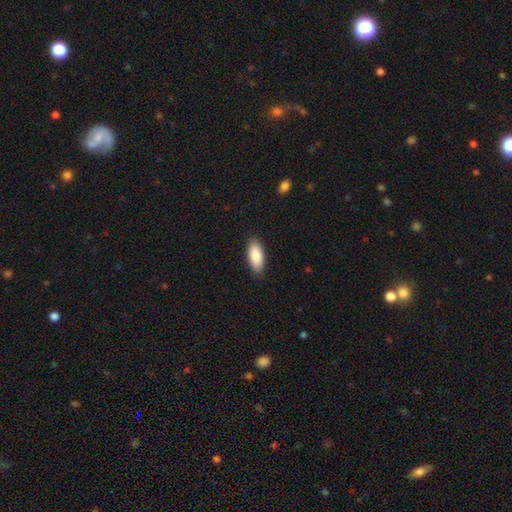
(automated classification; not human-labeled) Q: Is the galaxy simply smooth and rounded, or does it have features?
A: smooth — 88%.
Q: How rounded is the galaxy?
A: in between — 84%.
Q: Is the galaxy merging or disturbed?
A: none — 88%.